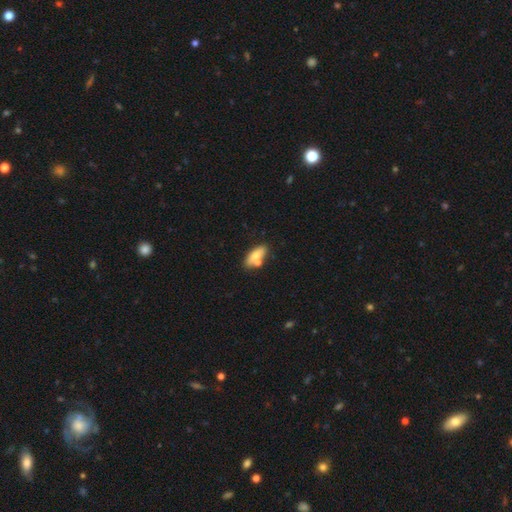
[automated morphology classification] smooth 73%, featured or disk 20%, star or artifact 7%. Down the decision tree: how rounded — in between (76%); merging — none (64%).